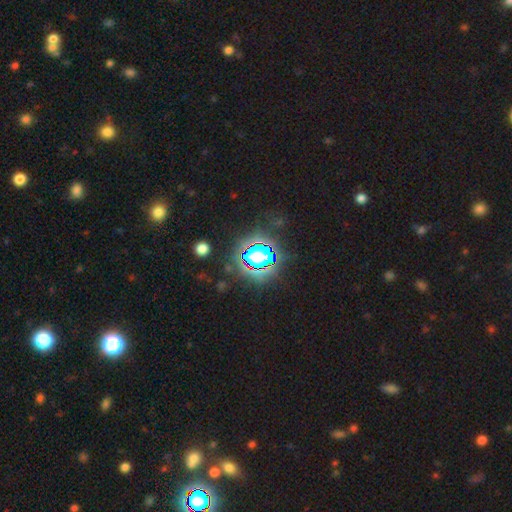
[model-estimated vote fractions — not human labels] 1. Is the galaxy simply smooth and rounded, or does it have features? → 80% star or artifact, 13% smooth, 7% featured or disk.